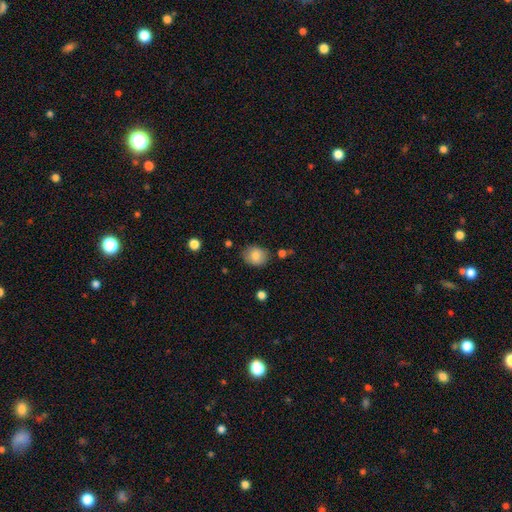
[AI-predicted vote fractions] Q: Smooth or featured?
A: smooth (83%); runner-up: star or artifact (8%)
Q: How rounded?
A: round (51%); runner-up: in between (48%)
Q: Merging?
A: none (80%); runner-up: minor disturbance (14%)